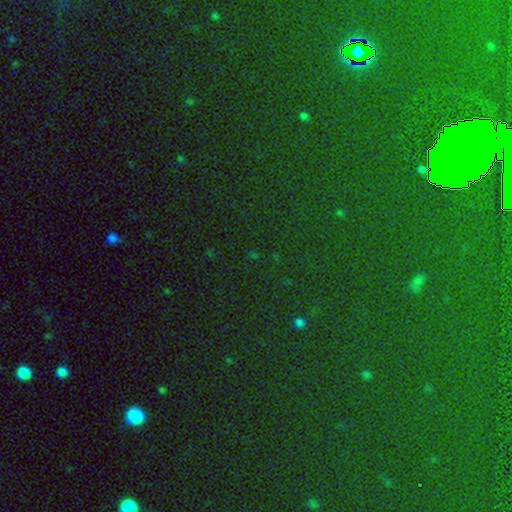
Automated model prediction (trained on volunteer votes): Smooth or featured? Predicted: star or artifact (p=0.79).